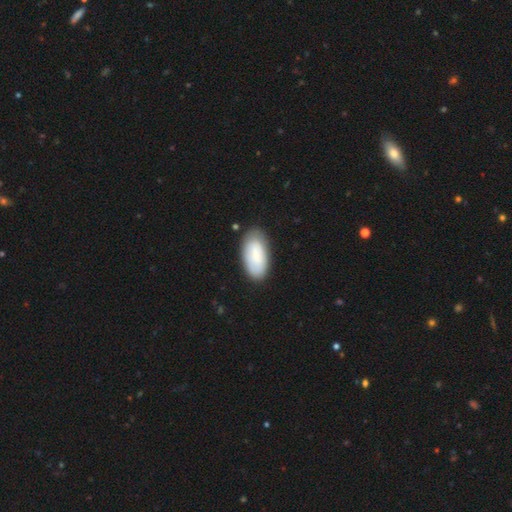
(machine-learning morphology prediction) Smooth or featured: smooth — 79% (featured or disk — 15%)
How rounded: in between — 94% (cigar-shaped — 4%)
Merging: none — 79% (minor disturbance — 15%)